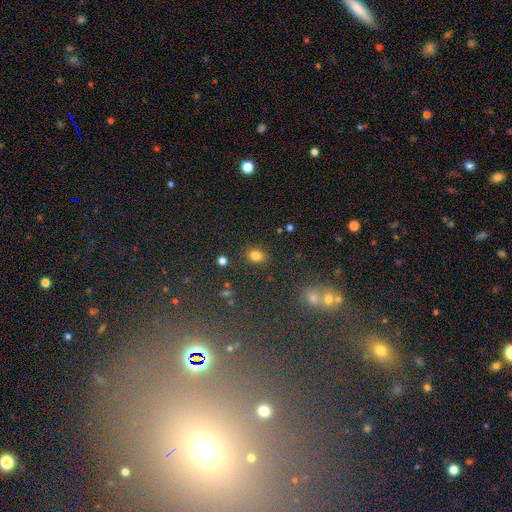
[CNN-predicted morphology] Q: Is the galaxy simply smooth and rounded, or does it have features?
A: smooth — 80%.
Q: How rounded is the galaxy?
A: in between — 66%.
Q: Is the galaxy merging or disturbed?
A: none — 84%.